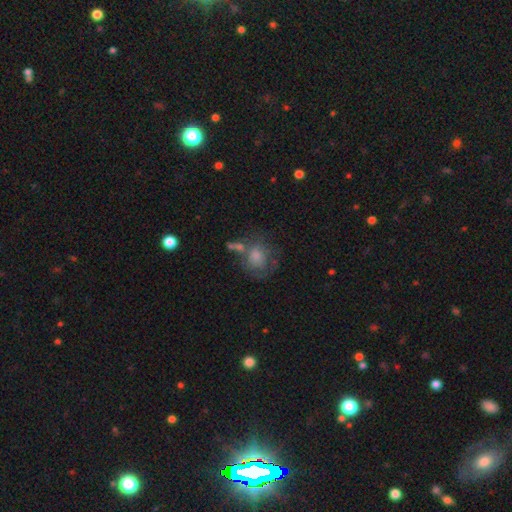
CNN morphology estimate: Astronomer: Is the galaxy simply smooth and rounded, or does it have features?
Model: smooth — 52% (runner-up: featured or disk, 33%).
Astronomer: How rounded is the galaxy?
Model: round — 72%.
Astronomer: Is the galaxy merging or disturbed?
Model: none — 51%.